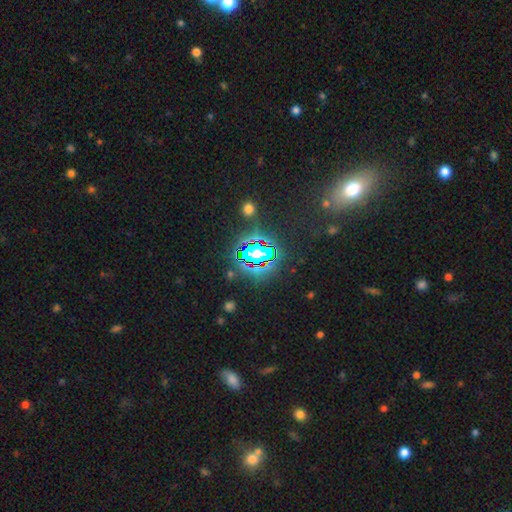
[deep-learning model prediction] This is likely a star or artifact rather than a galaxy (75%).